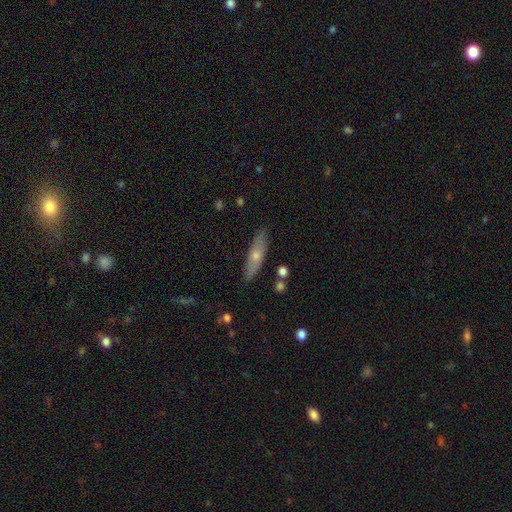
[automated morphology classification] Smooth or featured? smooth (48%)
Merging? none (86%)